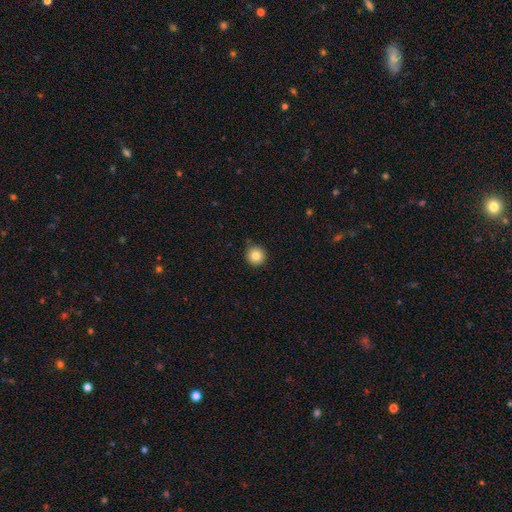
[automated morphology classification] The model was most divided on "smooth or featured": smooth: 83%, star or artifact: 10%, featured or disk: 7%. More confident: how rounded — round (95%); merging — none (88%).